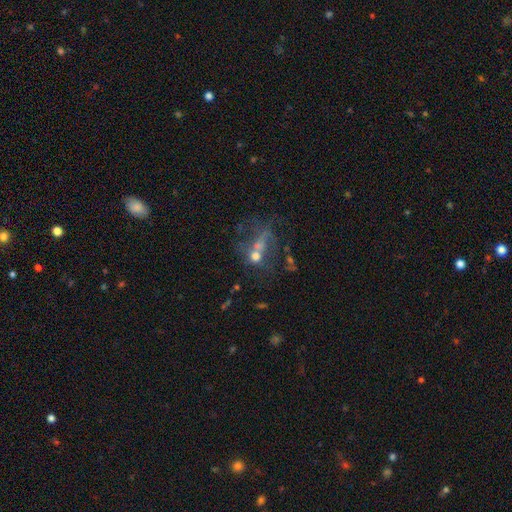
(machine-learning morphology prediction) smooth_or_featured: smooth (p=0.41) [alt: featured or disk p=0.39]
merging: merger (p=0.38) [alt: none p=0.28]